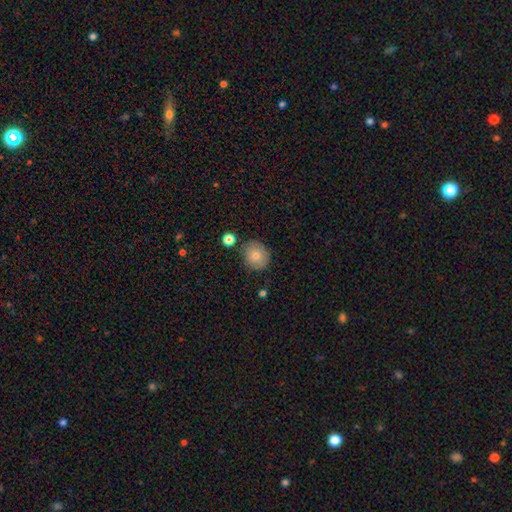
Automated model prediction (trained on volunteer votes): Q: Smooth or featured?
A: smooth (78%); runner-up: featured or disk (14%)
Q: How rounded?
A: round (74%); runner-up: in between (25%)
Q: Merging?
A: none (79%); runner-up: minor disturbance (14%)